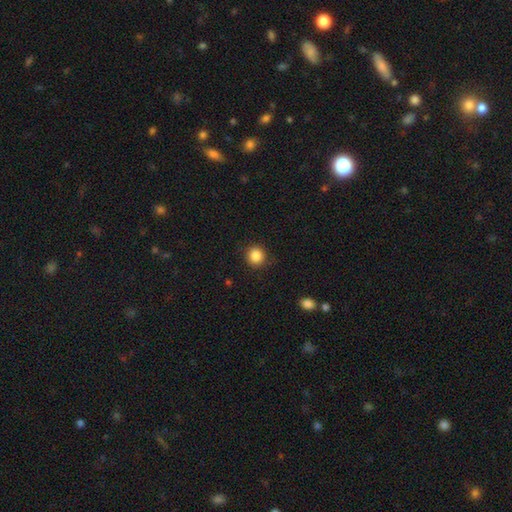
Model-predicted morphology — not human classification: Overall: smooth (86%). How rounded: round (91%). Merging: none (87%).